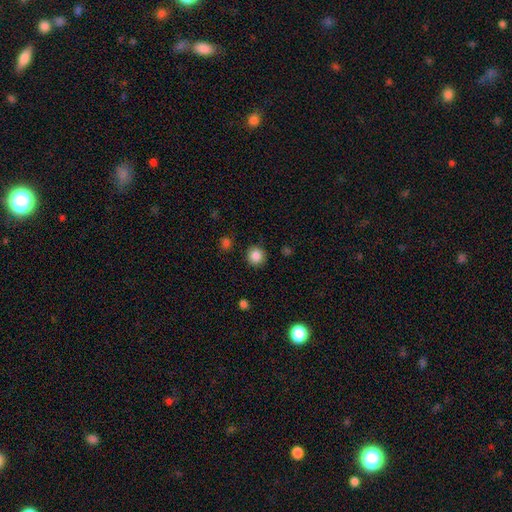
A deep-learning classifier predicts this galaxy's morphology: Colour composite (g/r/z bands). It shows a smooth galaxy with no disk features (86%) that is round (94%). Merging: none (90%).